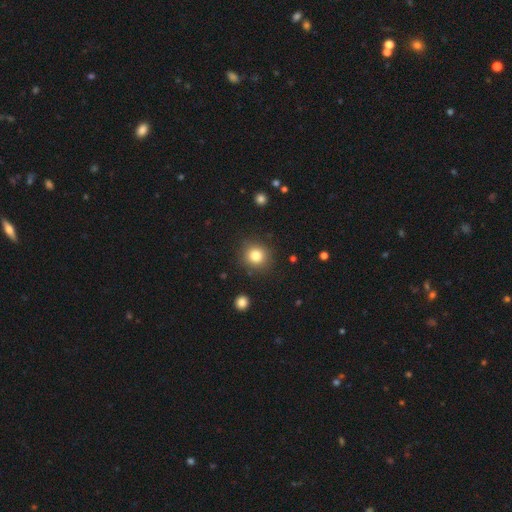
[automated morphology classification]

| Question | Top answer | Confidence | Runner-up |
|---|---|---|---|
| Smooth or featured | smooth | 82% | star or artifact (11%) |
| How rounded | round | 88% | in between (12%) |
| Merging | none | 88% | minor disturbance (8%) |